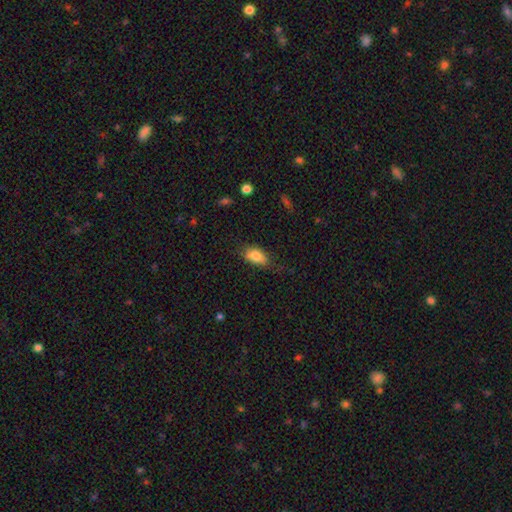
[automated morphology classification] Q: Smooth or featured?
A: smooth (81%); runner-up: featured or disk (11%)
Q: How rounded?
A: in between (89%); runner-up: round (7%)
Q: Merging?
A: none (67%); runner-up: minor disturbance (25%)